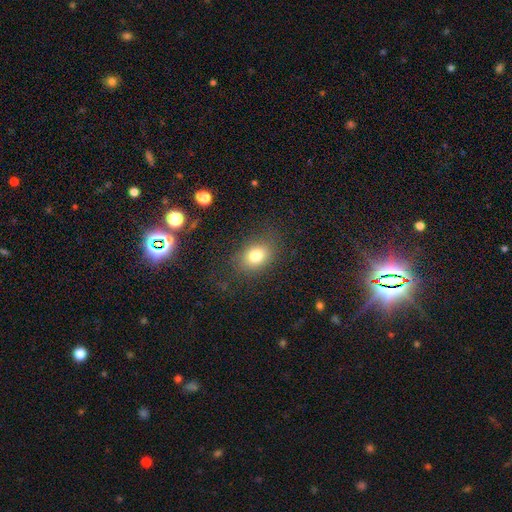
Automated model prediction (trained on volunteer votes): Smooth or featured?
  - smooth: 78% *
  - star or artifact: 11%
  - featured or disk: 11%
How rounded?
  - in between: 67% *
  - round: 32%
  - cigar-shaped: 1%
Merging?
  - none: 79% *
  - minor disturbance: 14%
  - major disturbance: 6%
  - merger: 1%